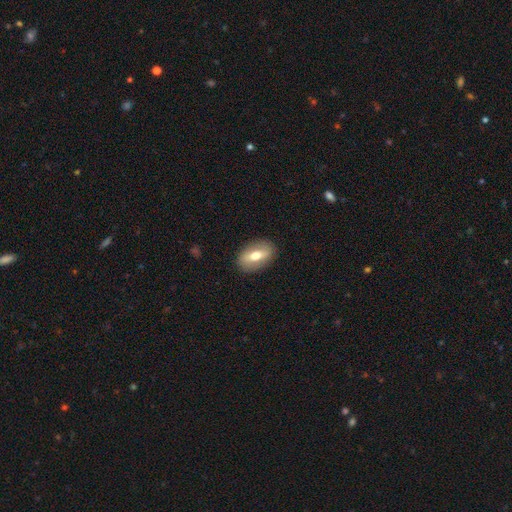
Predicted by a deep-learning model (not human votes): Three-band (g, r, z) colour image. It shows a smooth galaxy with no disk features (55%) that is in between round and cigar-shaped (85%). Merging: none (87%).